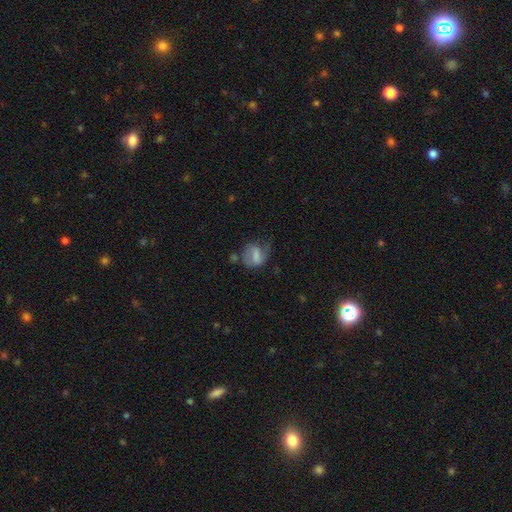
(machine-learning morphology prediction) The model was most divided on "smooth or featured": smooth: 49%, featured or disk: 42%, star or artifact: 9%. Remaining: merging — none (39%).